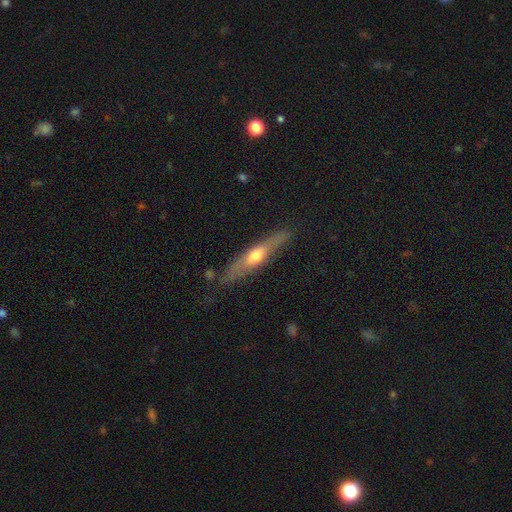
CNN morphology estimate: Smooth or featured? featured or disk (55%)
Edge-on disk? yes (82%)
Merging? none (80%)